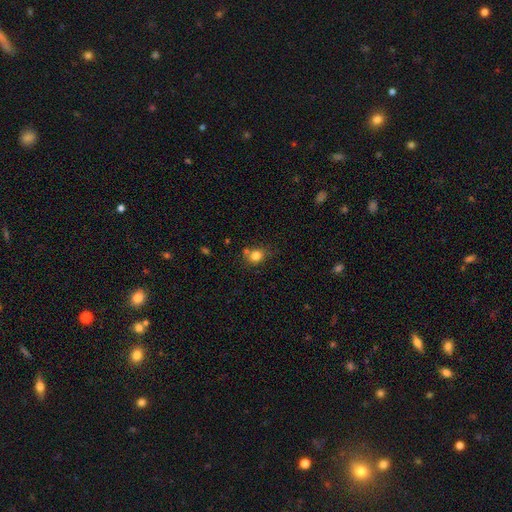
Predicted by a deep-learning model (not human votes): Q: Smooth or featured?
A: smooth (81%); runner-up: star or artifact (12%)
Q: How rounded?
A: round (68%); runner-up: in between (31%)
Q: Merging?
A: none (61%); runner-up: minor disturbance (18%)